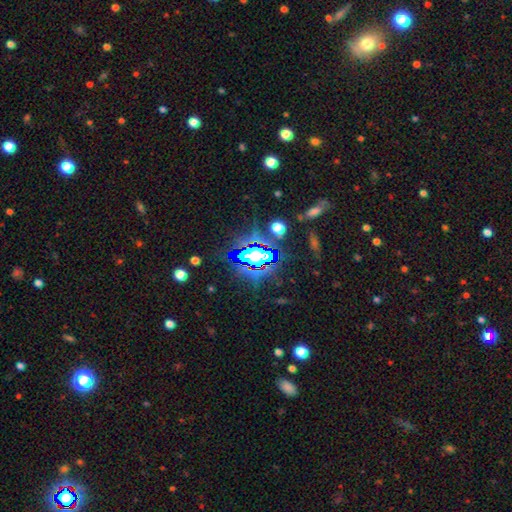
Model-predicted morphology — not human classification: Smooth or featured: star or artifact — 69% (smooth — 18%)